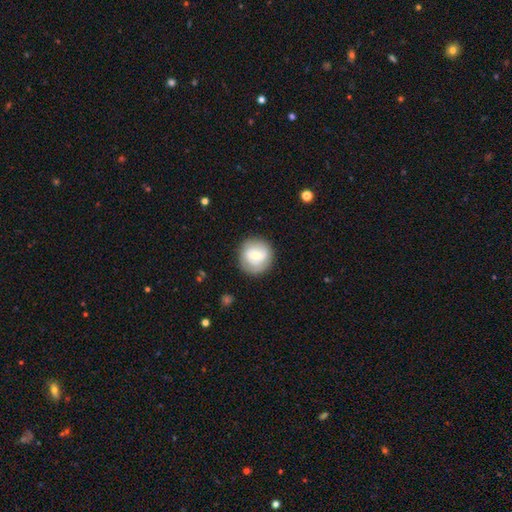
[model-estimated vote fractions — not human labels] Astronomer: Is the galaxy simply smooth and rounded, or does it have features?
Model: smooth — 50% (runner-up: featured or disk, 43%).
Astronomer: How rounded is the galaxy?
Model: round — 91%.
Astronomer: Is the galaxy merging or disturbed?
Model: none — 81%.